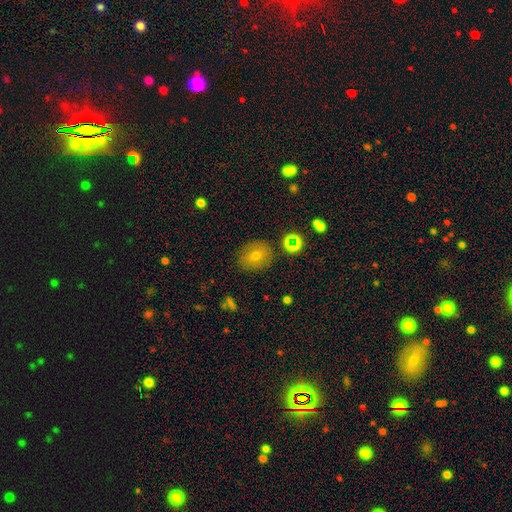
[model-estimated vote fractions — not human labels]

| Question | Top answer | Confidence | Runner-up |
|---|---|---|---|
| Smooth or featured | smooth | 65% | featured or disk (19%) |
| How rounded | round | 65% | in between (34%) |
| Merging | none | 83% | minor disturbance (11%) |